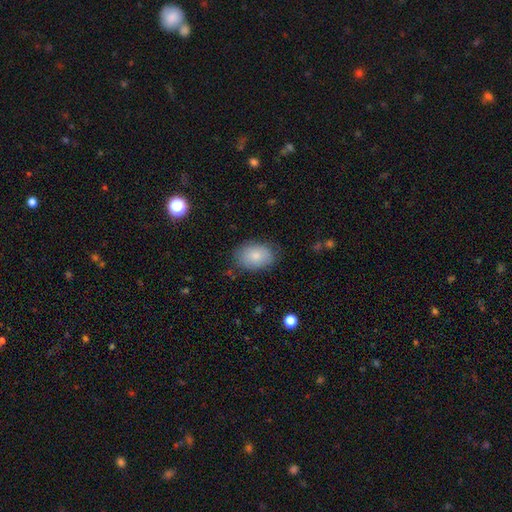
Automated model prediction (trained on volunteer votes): Smooth or featured? smooth (82%)
How rounded? in between (82%)
Merging? none (78%)